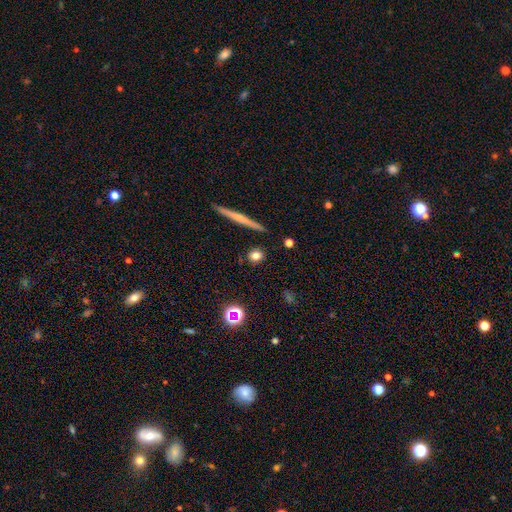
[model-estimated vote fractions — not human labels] Q: Smooth or featured?
A: smooth (77%); runner-up: featured or disk (12%)
Q: How rounded?
A: round (68%); runner-up: in between (25%)
Q: Merging?
A: none (87%); runner-up: minor disturbance (8%)